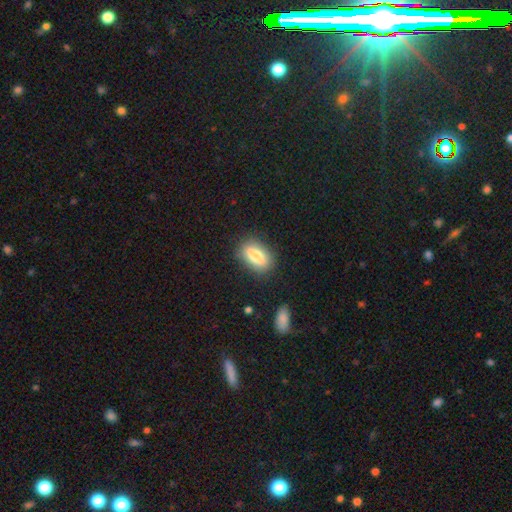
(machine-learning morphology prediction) The model was most divided on "smooth or featured": smooth: 80%, featured or disk: 12%, star or artifact: 8%. More confident: how rounded — in between (87%); merging — none (84%).